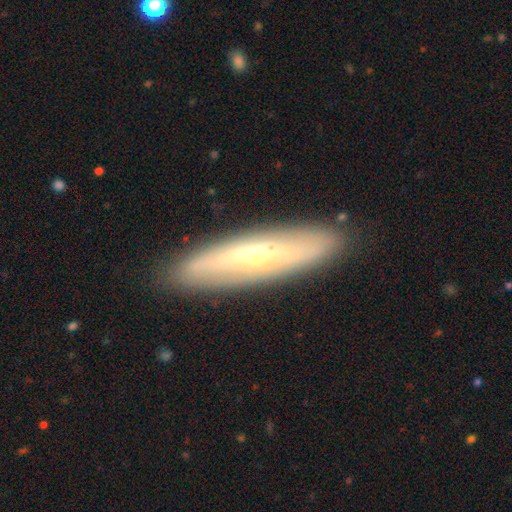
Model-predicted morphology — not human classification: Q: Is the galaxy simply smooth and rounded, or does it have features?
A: featured or disk — 67%.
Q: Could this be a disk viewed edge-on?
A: yes — 54%.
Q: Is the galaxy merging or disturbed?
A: none — 87%.